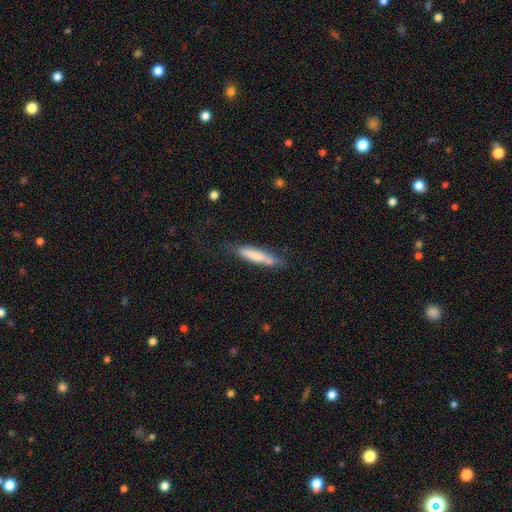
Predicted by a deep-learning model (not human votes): Smooth or featured?
  - smooth: 75% *
  - featured or disk: 19%
  - star or artifact: 6%
How rounded?
  - cigar-shaped: 83% *
  - in between: 15%
  - round: 1%
Merging?
  - none: 65% *
  - minor disturbance: 23%
  - major disturbance: 7%
  - merger: 5%